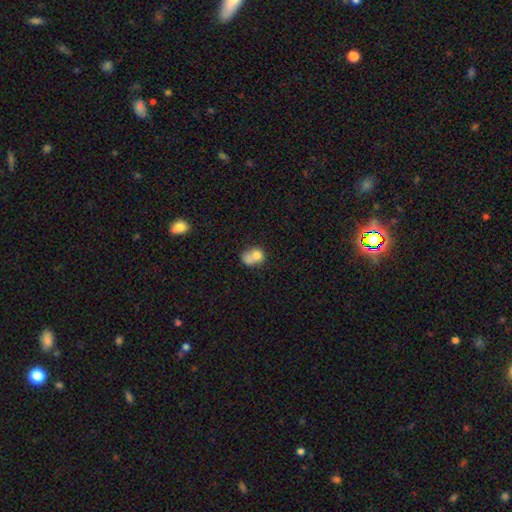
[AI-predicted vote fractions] This appears to be a smooth galaxy with no disk features (73%) that is round (52%). Merging: merger (52%).